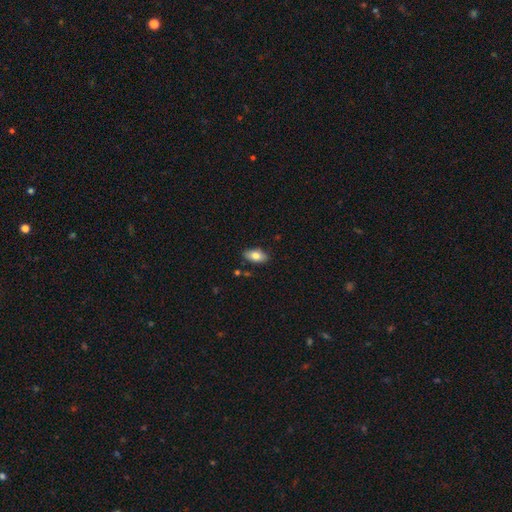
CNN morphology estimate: This appears to be a smooth galaxy with no disk features (79%) that is in between round and cigar-shaped (93%). Merging: none (86%).